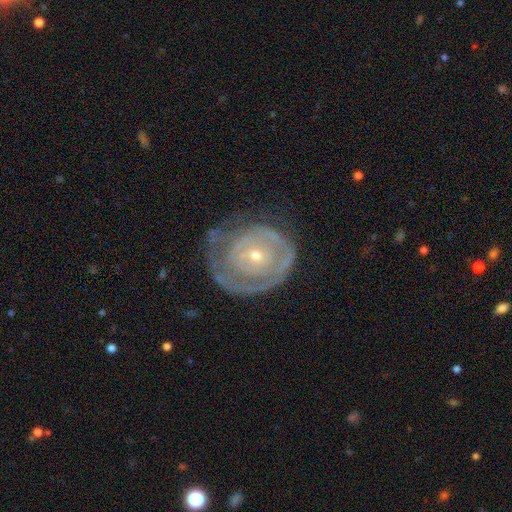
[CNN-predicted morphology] smooth-or-featured: featured or disk: 73% | smooth: 21% | star or artifact: 6%
  disk-edge-on: no: 97% | yes: 3%
    bar: no: 82% | weak: 15% | strong: 4%
    has-spiral-arms: yes: 63% | no: 37%
    bulge-size: small: 65% | moderate: 32% | large: 2% | none: 1% | dominant: 1%
  merging: none: 48% | minor disturbance: 27% | major disturbance: 23% | merger: 2%